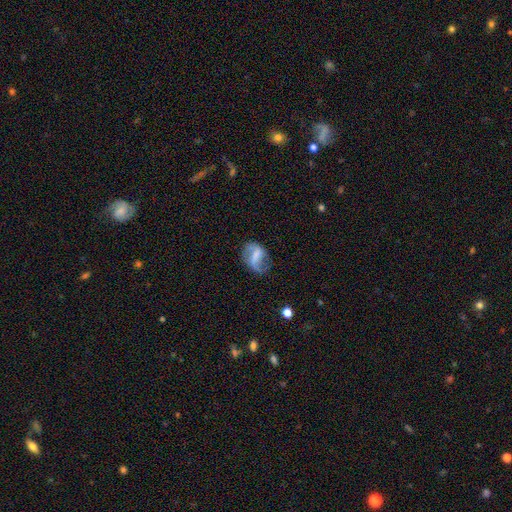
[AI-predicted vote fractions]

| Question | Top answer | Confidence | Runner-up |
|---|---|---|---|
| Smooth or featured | featured or disk | 66% | smooth (26%) |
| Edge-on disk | no | 97% | yes (3%) |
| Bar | strong | 49% | weak (37%) |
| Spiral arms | yes | 78% | no (22%) |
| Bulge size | none | 46% | small (25%) |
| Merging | none | 60% | minor disturbance (23%) |